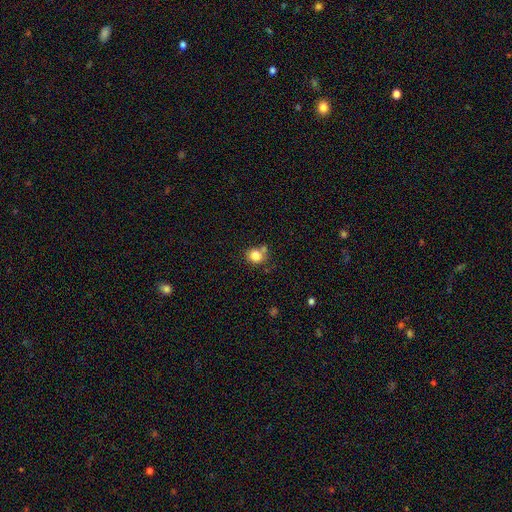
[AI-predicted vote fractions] smooth 81%, star or artifact 11%, featured or disk 8%. Down the decision tree: how rounded — round (80%); merging — none (61%).